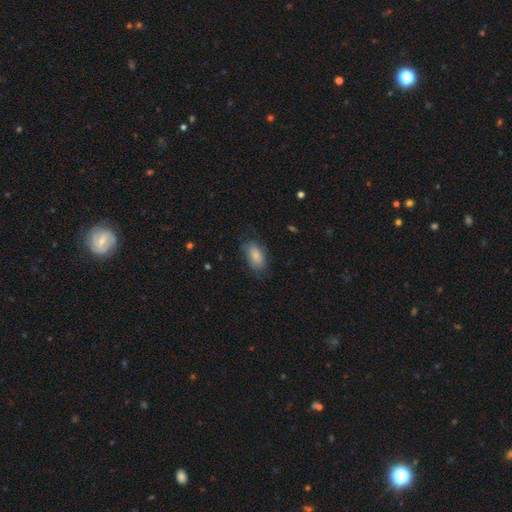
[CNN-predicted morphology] type=smooth (83%); roundness=in between (91%); merging=none (67%).